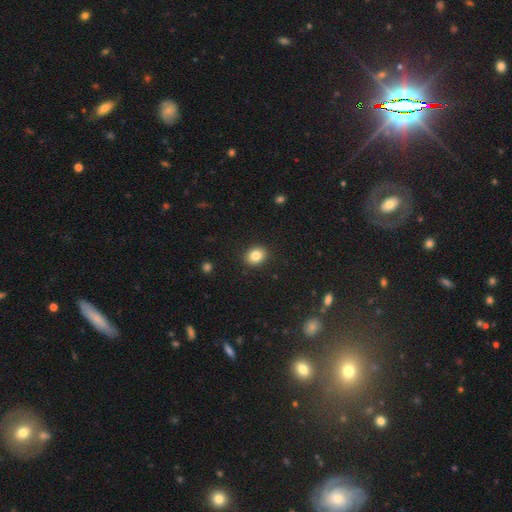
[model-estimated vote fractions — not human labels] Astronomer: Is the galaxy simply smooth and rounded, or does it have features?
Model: smooth — 84%.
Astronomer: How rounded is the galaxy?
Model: in between — 50% (runner-up: round, 49%).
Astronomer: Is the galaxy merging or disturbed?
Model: none — 90%.